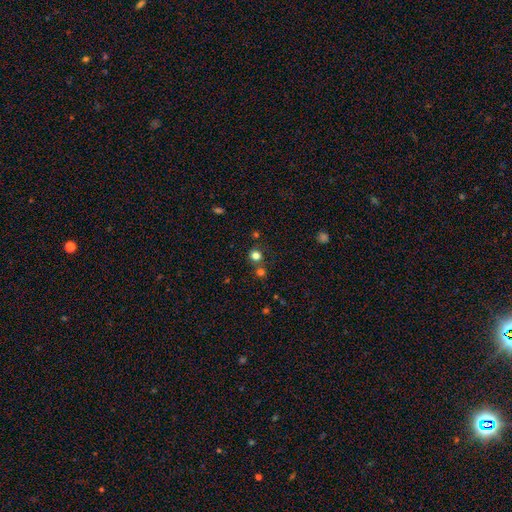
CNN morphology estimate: Overall: smooth (77%). How rounded: round (89%). Merging: none (70%).